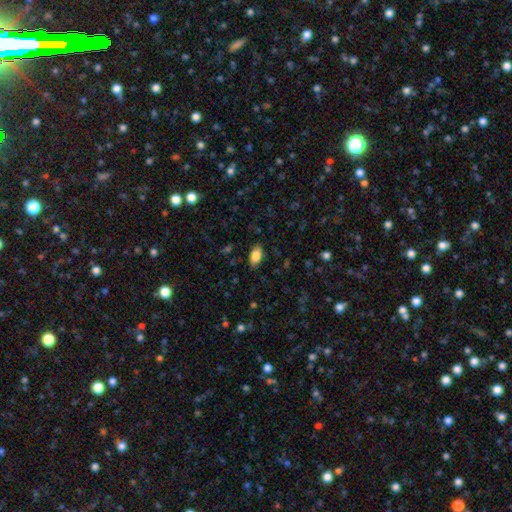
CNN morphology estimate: Overall: smooth (85%). How rounded: in between (93%). Merging: none (86%).